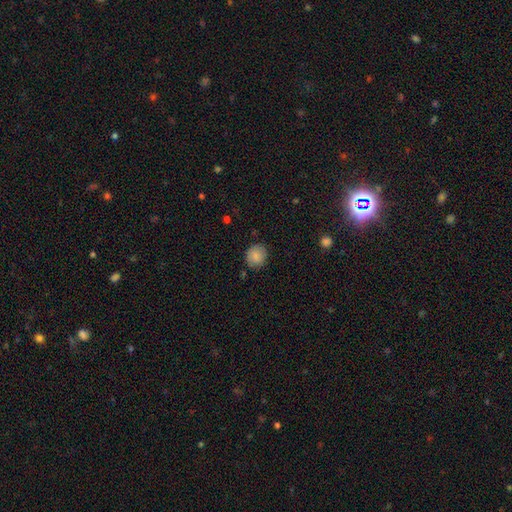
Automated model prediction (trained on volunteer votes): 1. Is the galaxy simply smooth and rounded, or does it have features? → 83% smooth, 9% featured or disk, 8% star or artifact.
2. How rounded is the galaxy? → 75% round, 24% in between, 1% cigar-shaped.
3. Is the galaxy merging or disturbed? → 81% none, 14% minor disturbance, 3% major disturbance, 2% merger.